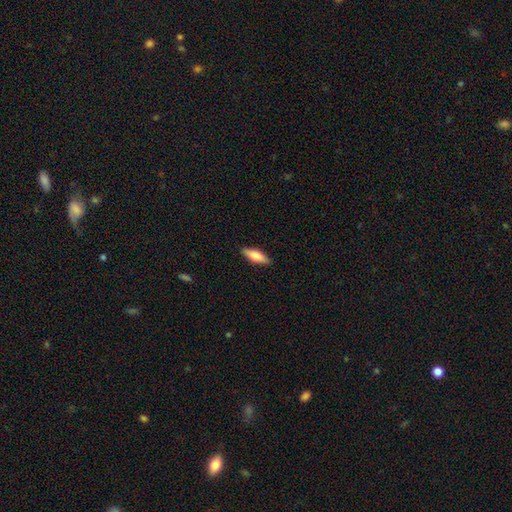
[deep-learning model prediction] Smooth or featured? Predicted: smooth (p=0.73). How rounded? Predicted: in between (p=0.55). Merging? Predicted: none (p=0.88).